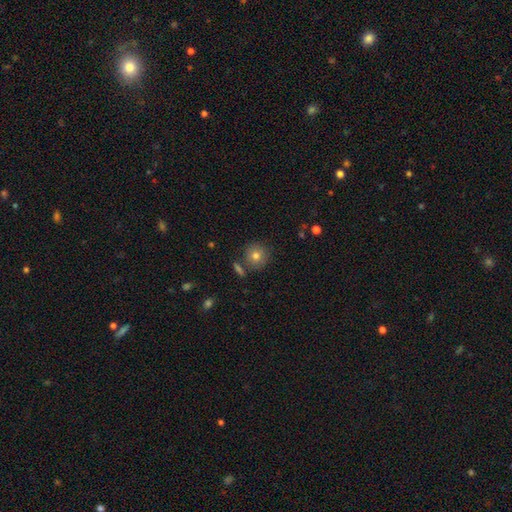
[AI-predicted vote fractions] Q: Smooth or featured?
A: smooth (77%); runner-up: featured or disk (12%)
Q: How rounded?
A: round (92%); runner-up: in between (7%)
Q: Merging?
A: none (80%); runner-up: minor disturbance (10%)